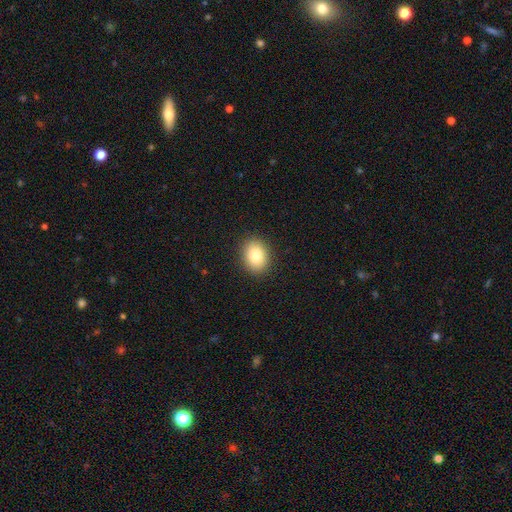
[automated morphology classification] Smooth or featured? Predicted: smooth (p=0.82). How rounded? Predicted: in between (p=0.57). Merging? Predicted: none (p=0.90).